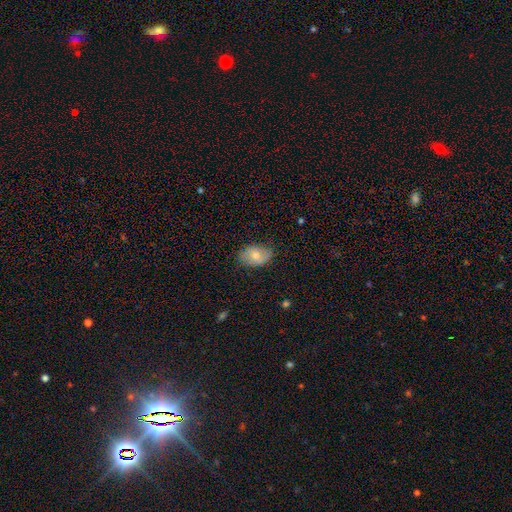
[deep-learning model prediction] This appears to be a smooth galaxy with no disk features (67%) that is in between round and cigar-shaped (85%). Merging: none (75%).